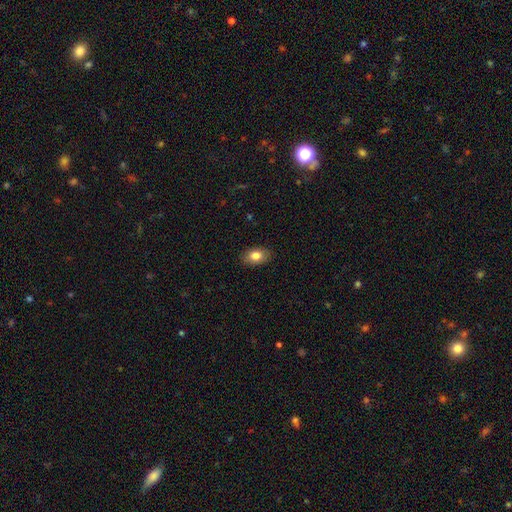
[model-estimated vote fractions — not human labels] Morphology: type=smooth (82%); roundness=in between (87%); merging=none (87%).